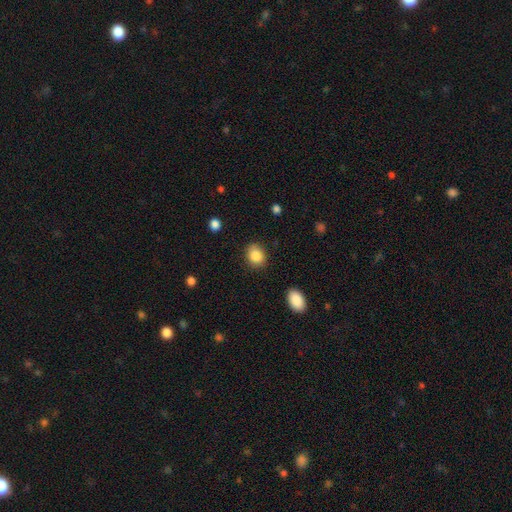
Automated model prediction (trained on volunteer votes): Morphology: type=smooth (85%); roundness=round (61%); merging=none (84%).